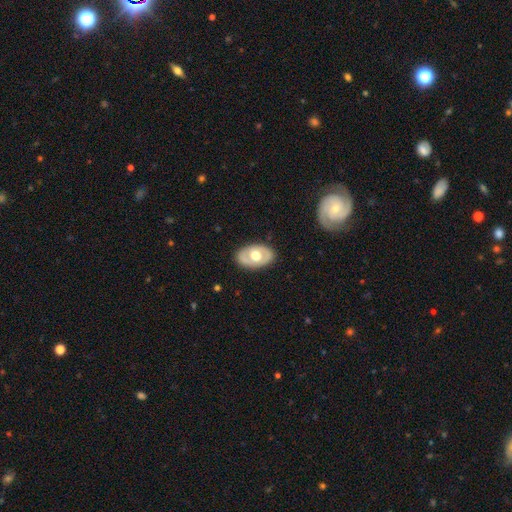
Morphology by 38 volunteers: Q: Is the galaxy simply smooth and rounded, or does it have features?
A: featured or disk — 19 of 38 (50%).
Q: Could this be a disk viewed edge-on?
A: no — 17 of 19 (89%).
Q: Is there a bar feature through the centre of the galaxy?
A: no — 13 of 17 (76%).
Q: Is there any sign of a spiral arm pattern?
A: no — 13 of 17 (76%).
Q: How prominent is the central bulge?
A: moderate — 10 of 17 (59%).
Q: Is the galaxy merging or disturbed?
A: none — 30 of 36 (83%).